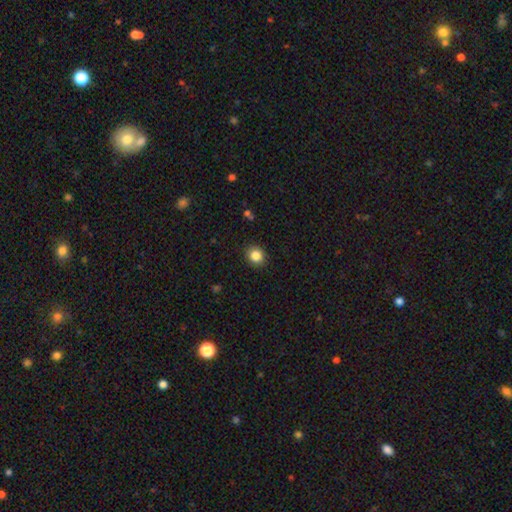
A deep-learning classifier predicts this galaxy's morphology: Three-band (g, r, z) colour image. It shows a smooth galaxy with no disk features (85%) that is round (83%). Merging: none (90%).